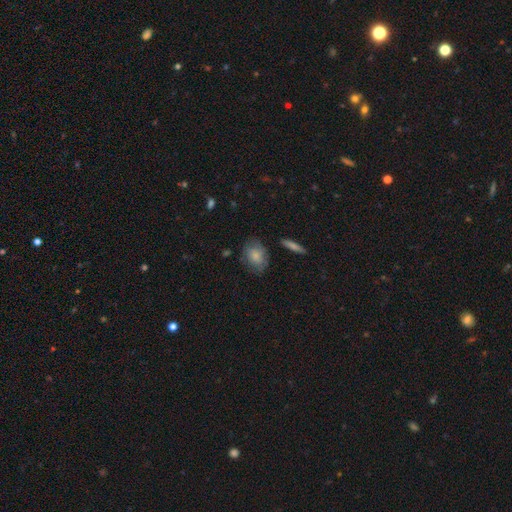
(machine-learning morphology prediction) A smooth galaxy with no disk features (74%) that is in between round and cigar-shaped (59%).

Vote fractions:
- Smooth or featured? smooth: 74% / featured or disk: 18% / star or artifact: 7%
- How rounded? in between: 59% / round: 39% / cigar-shaped: 2%
- Merging? none: 68% / minor disturbance: 22% / major disturbance: 7% / merger: 3%